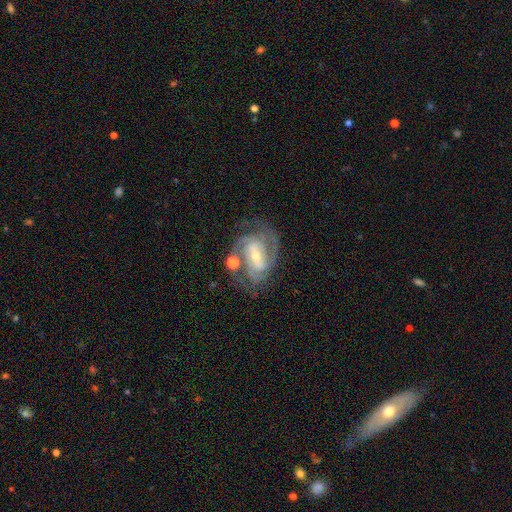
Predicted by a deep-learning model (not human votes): Smooth or featured? Predicted: featured or disk (p=0.89). Edge-on disk? Predicted: no (p=0.97). Bar? Predicted: strong (p=0.43). Spiral arms? Predicted: yes (p=0.98). Spiral winding? Predicted: tight (p=0.55). Spiral arm count? Predicted: 2 (p=0.41). Bulge size? Predicted: small (p=0.58). Merging? Predicted: none (p=0.67).